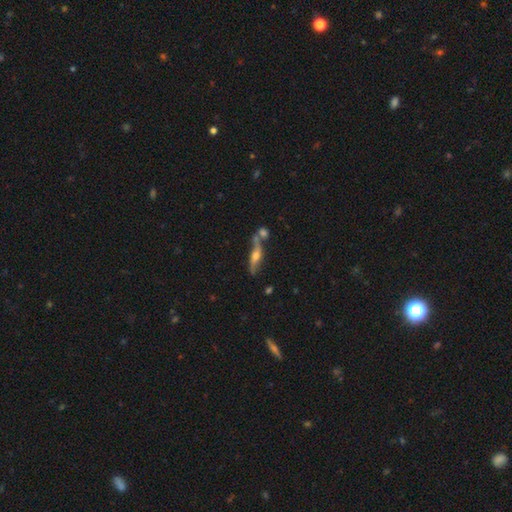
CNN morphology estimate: This appears to be a featured or disk galaxy (59%) viewed edge-on (73%). Merging: none (51%).